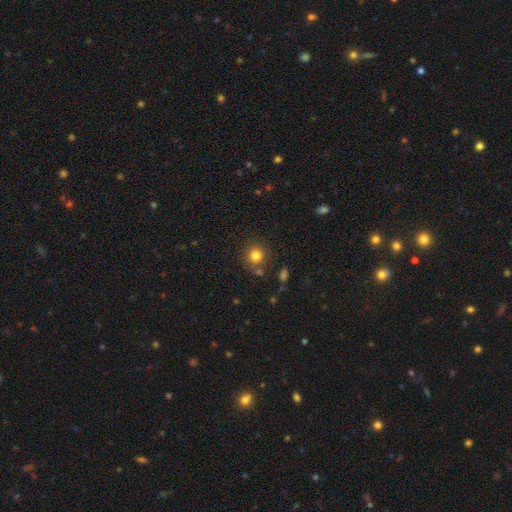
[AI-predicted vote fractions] This is clearly a smooth galaxy (82%). How rounded: clearly round (90%). Merging: likely none (79%).